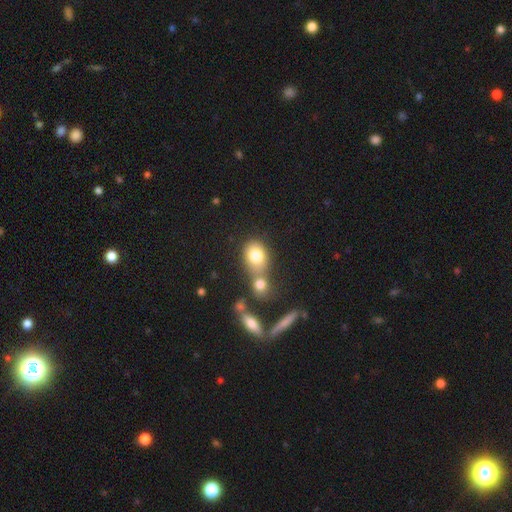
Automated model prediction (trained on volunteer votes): This is likely a smooth galaxy (79%). How rounded: possibly in between (51%). Merging: marginally none (41%, tied with merger).